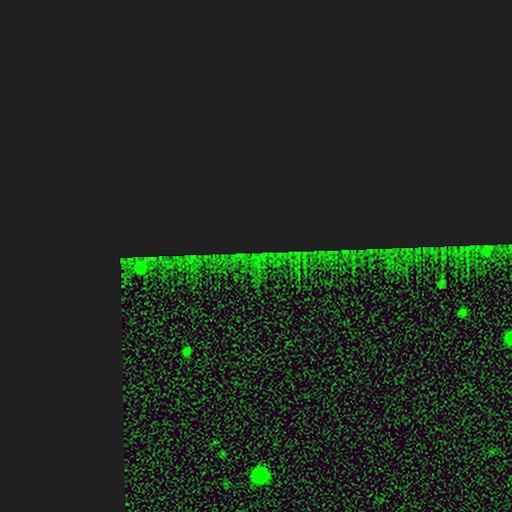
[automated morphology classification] A star or artifact, not a galaxy (86%).